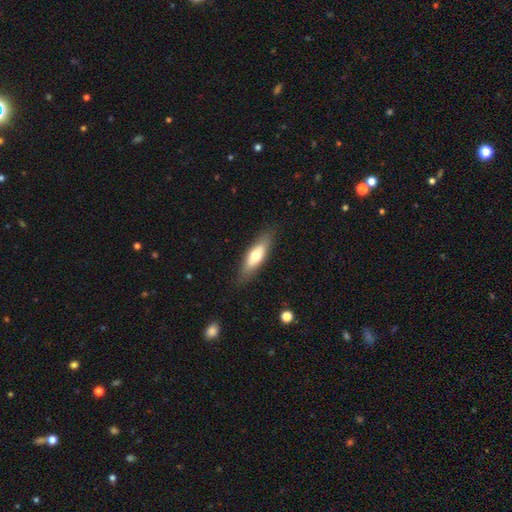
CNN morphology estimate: smooth-or-featured: smooth: 63% | featured or disk: 31% | star or artifact: 6%
  how-rounded: cigar-shaped: 50% | in between: 48% | round: 2%
  merging: none: 84% | minor disturbance: 12% | major disturbance: 3% | merger: 1%